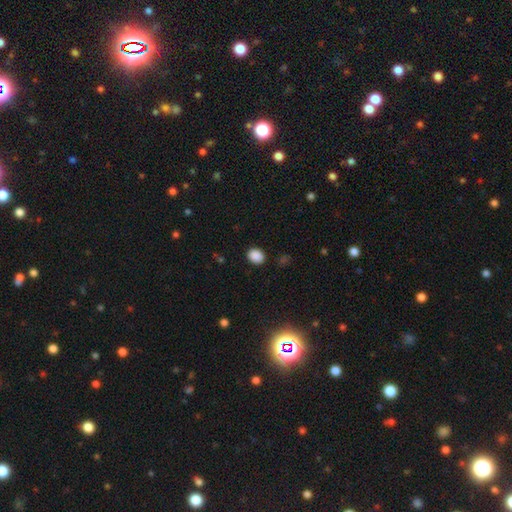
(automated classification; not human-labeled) Q: Smooth or featured?
A: smooth (87%); runner-up: star or artifact (10%)
Q: How rounded?
A: in between (52%); runner-up: round (47%)
Q: Merging?
A: none (88%); runner-up: minor disturbance (9%)